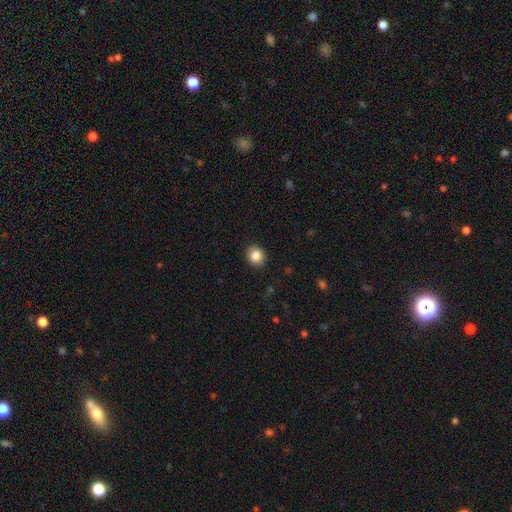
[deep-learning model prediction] A smooth galaxy with no disk features (85%) that is round (79%).

Vote fractions:
- Smooth or featured? smooth: 85% / star or artifact: 10% / featured or disk: 5%
- How rounded? round: 79% / in between: 21% / cigar-shaped: 1%
- Merging? none: 90% / minor disturbance: 7% / major disturbance: 2% / merger: 1%